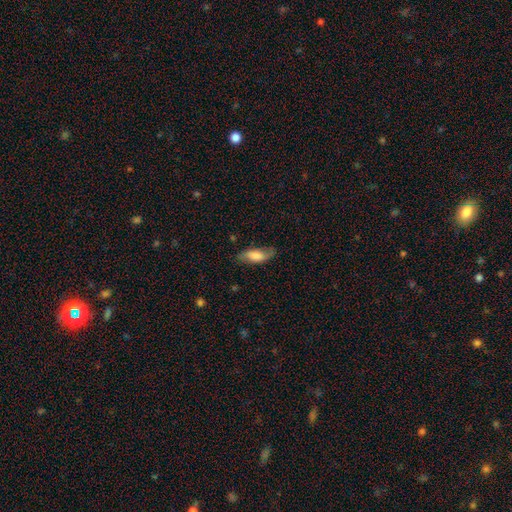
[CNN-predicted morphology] The model was most divided on "smooth or featured": smooth: 69%, featured or disk: 24%, star or artifact: 7%. More confident: how rounded — in between (77%); merging — none (70%).